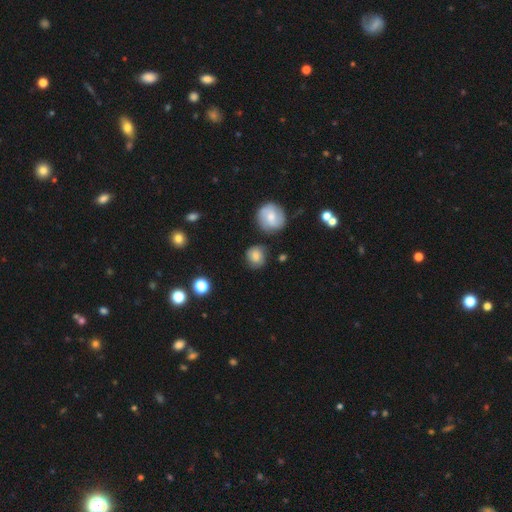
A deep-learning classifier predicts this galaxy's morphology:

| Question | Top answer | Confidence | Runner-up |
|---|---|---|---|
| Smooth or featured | smooth | 68% | featured or disk (21%) |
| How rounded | round | 87% | in between (12%) |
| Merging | none | 75% | minor disturbance (16%) |